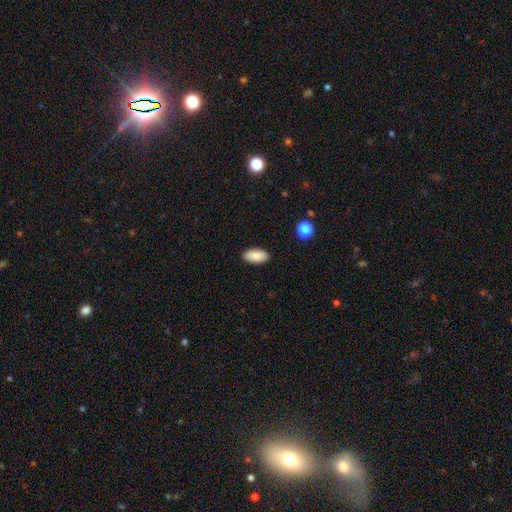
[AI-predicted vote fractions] This appears to be a smooth galaxy with no disk features (88%) that is in between round and cigar-shaped (92%). Merging: none (90%).